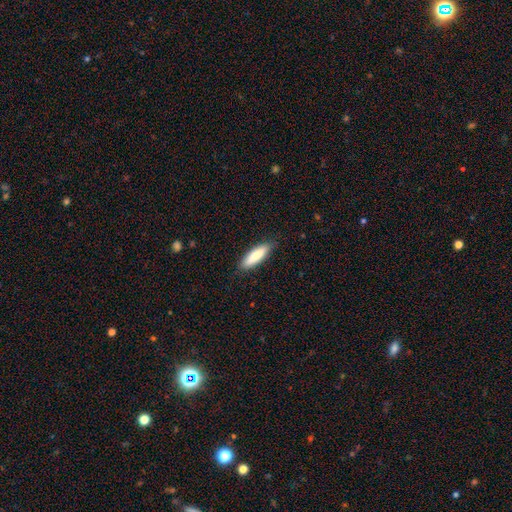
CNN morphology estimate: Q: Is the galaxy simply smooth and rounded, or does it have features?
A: smooth — 81%.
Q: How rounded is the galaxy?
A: cigar-shaped — 59%.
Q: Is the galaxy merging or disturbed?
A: none — 87%.